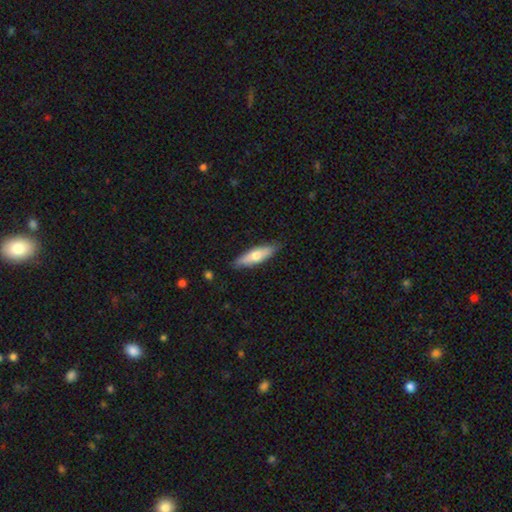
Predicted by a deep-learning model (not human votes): Smooth or featured?
  - smooth: 60% *
  - featured or disk: 34%
  - star or artifact: 5%
How rounded?
  - cigar-shaped: 62% *
  - in between: 36%
  - round: 2%
Merging?
  - none: 86% *
  - minor disturbance: 11%
  - major disturbance: 2%
  - merger: 1%